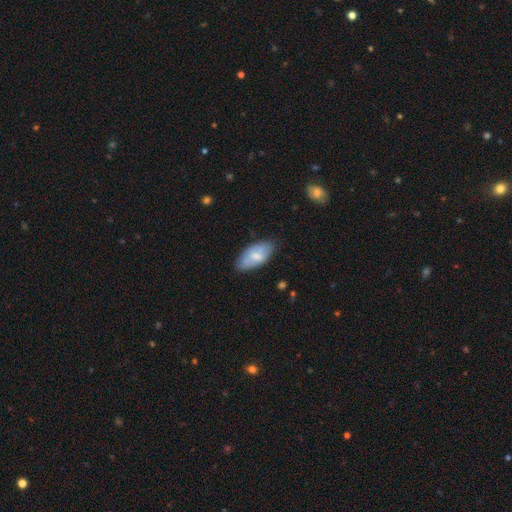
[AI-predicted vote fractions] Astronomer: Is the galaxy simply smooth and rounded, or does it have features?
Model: smooth — 67%.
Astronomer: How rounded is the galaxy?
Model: in between — 93%.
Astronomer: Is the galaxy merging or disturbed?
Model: none — 75%.